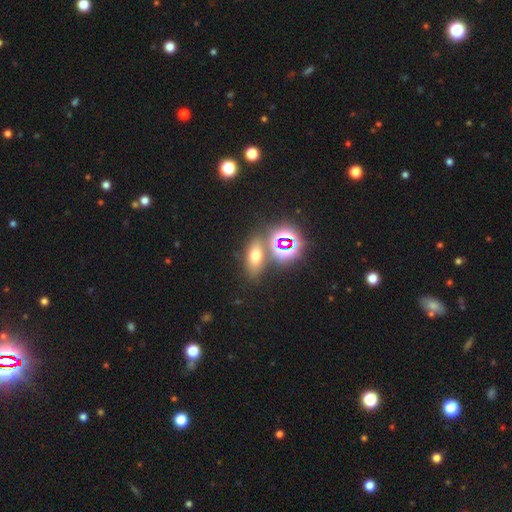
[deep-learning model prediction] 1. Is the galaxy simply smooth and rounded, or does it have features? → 54% smooth, 31% star or artifact, 15% featured or disk.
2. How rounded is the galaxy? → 67% in between, 24% round, 8% cigar-shaped.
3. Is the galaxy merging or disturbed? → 69% none, 17% merger, 10% minor disturbance, 4% major disturbance.